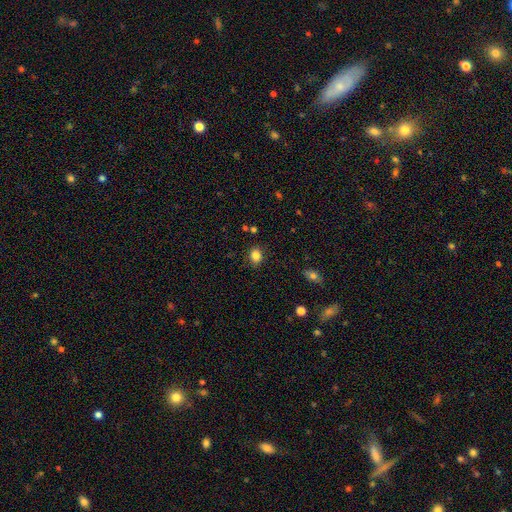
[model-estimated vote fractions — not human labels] A smooth galaxy with no disk features (83%) that is in between round and cigar-shaped (53%).

Vote fractions:
- Smooth or featured? smooth: 83% / star or artifact: 11% / featured or disk: 6%
- How rounded? in between: 53% / round: 46% / cigar-shaped: 1%
- Merging? none: 84% / minor disturbance: 11% / major disturbance: 3% / merger: 2%